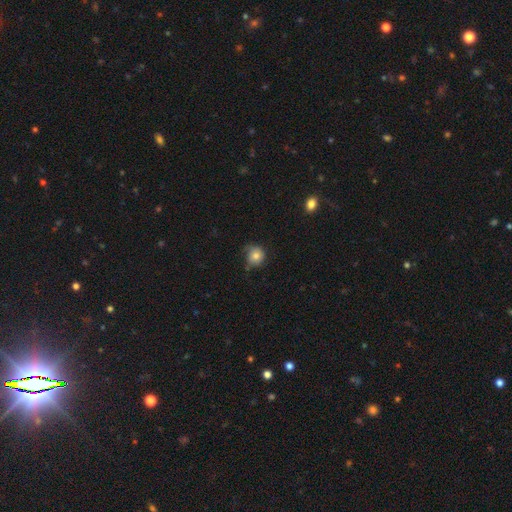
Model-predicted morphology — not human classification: type=smooth (74%); roundness=round (81%); merging=none (51%).